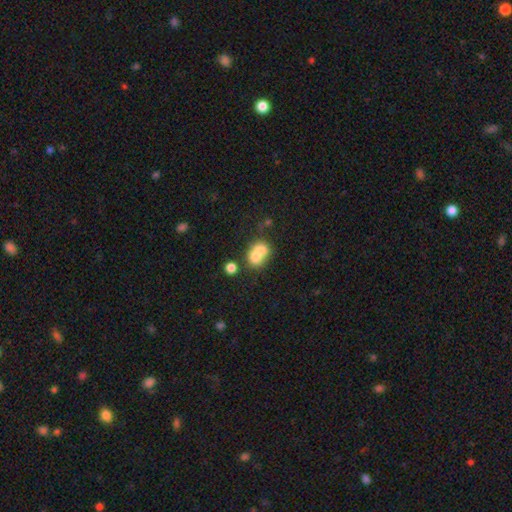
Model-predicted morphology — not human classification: Smooth or featured? smooth (70%)
How rounded? round (50%)
Merging? merger (66%)